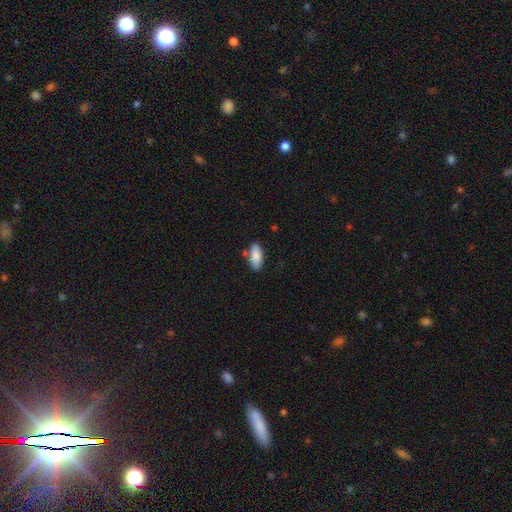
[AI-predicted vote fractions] smooth_or_featured: smooth (p=0.84) [alt: featured or disk p=0.09]
how_rounded: in between (p=0.86) [alt: cigar-shaped p=0.12]
merging: none (p=0.78) [alt: minor disturbance p=0.14]